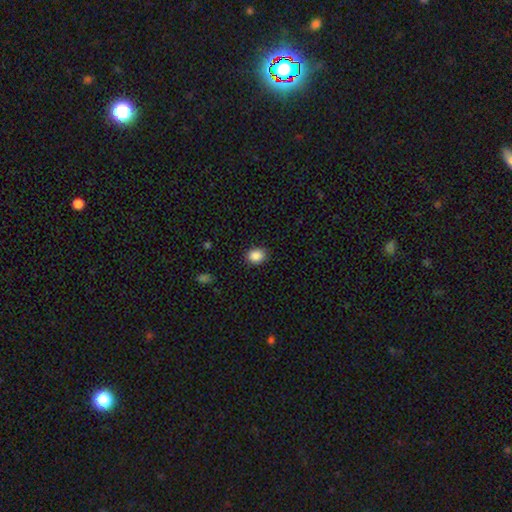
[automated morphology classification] Overall: smooth (88%). How rounded: in between (55%; round 44%). Merging: none (86%).